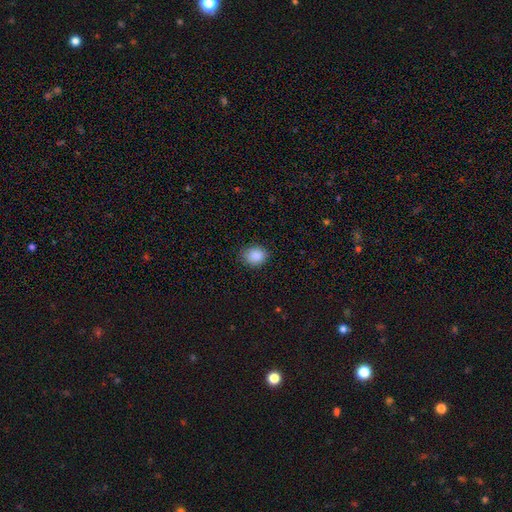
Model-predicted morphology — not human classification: smooth 88%, star or artifact 9%, featured or disk 3%. Down the decision tree: how rounded — round (56%); merging — none (83%).